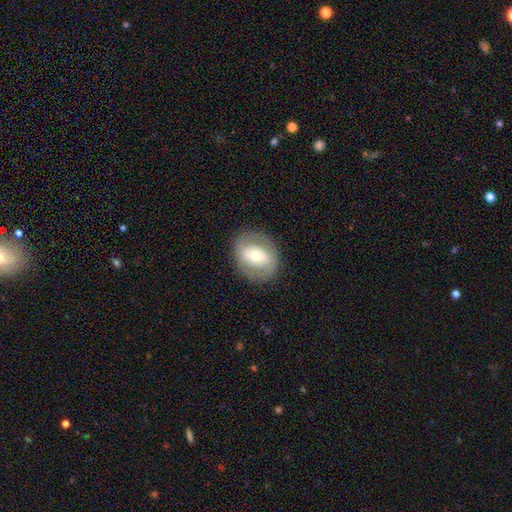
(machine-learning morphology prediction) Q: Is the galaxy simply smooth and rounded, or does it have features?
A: featured or disk — 57%.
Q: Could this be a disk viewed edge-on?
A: no — 94%.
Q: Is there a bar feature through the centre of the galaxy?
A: no — 38%.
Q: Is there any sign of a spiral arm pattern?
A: no — 58%.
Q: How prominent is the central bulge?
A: moderate — 64%.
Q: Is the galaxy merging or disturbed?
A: none — 82%.